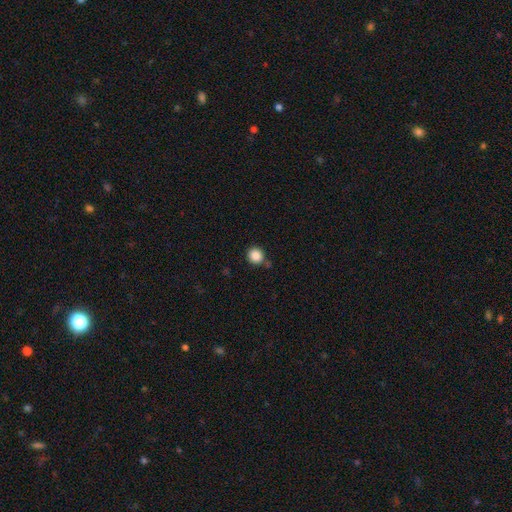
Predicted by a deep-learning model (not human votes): smooth 87%, star or artifact 10%, featured or disk 3%. Down the decision tree: how rounded — round (93%); merging — none (82%).